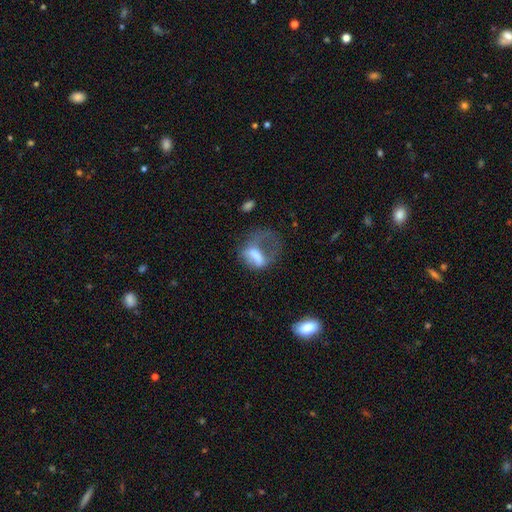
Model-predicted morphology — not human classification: A smooth galaxy with no disk features (53%) that is in between round and cigar-shaped (71%).

Vote fractions:
- Smooth or featured? smooth: 53% / featured or disk: 35% / star or artifact: 11%
- How rounded? in between: 71% / round: 23% / cigar-shaped: 6%
- Merging? major disturbance: 62% / none: 17% / minor disturbance: 15% / merger: 6%